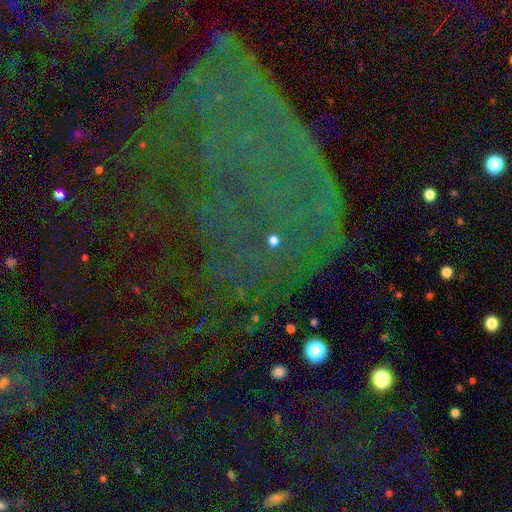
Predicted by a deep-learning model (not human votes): Smooth or featured: star or artifact — 70% (featured or disk — 17%)